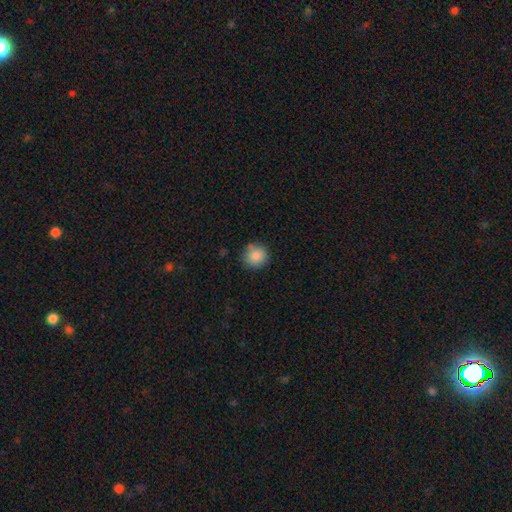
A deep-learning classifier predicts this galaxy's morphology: A smooth galaxy with no disk features (87%) that is round (90%). Merging: none (80%).